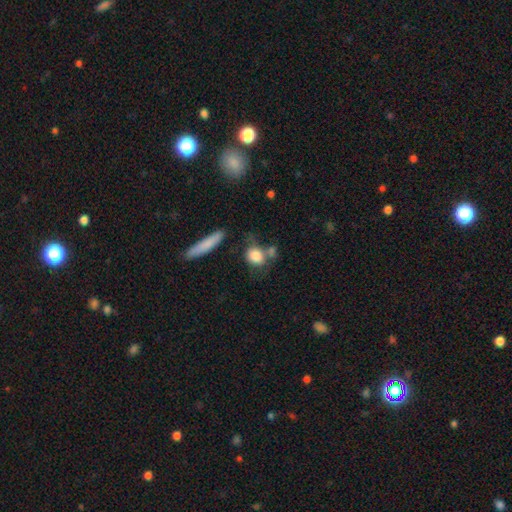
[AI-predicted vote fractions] Smooth or featured? smooth (82%)
How rounded? round (51%)
Merging? none (49%)